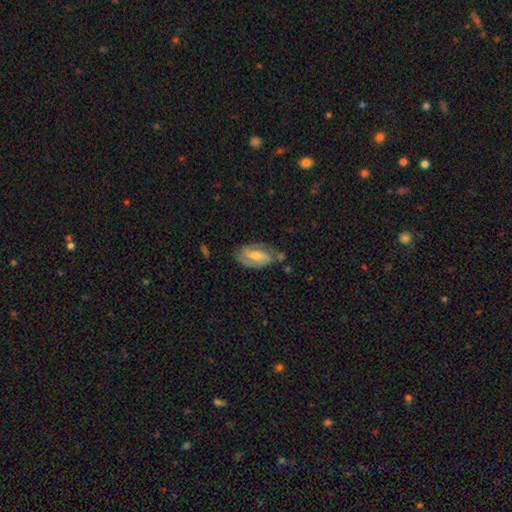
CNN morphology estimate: Overall: featured or disk (72%). Edge-on disk: no (95%). Bar: weak (46%; no 31%). Spiral arms: yes (91%). Spiral arm count: 2 (76%). Spiral winding: medium (43%, tied with tight). Bulge size: moderate (50%; small 42%). Merging: none (66%).